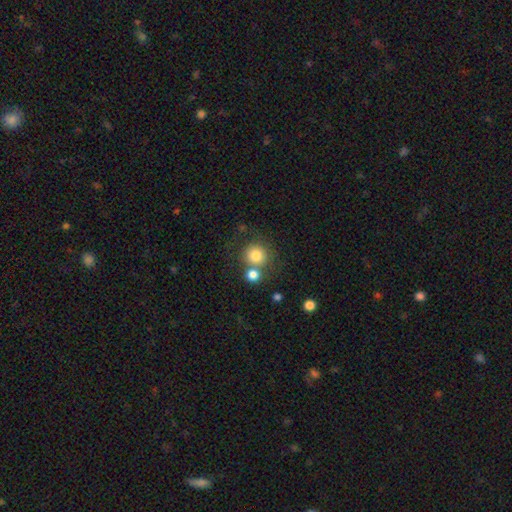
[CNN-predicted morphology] This is likely a smooth galaxy (80%). How rounded: clearly round (91%). Merging: possibly none (59%).